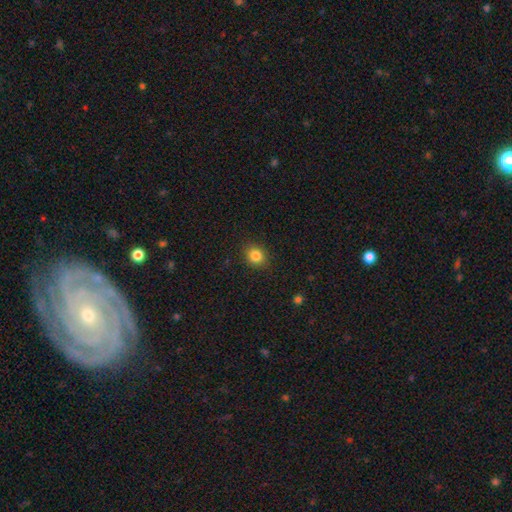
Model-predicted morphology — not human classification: Q: Smooth or featured?
A: smooth (84%); runner-up: star or artifact (11%)
Q: How rounded?
A: round (72%); runner-up: in between (27%)
Q: Merging?
A: none (89%); runner-up: minor disturbance (8%)